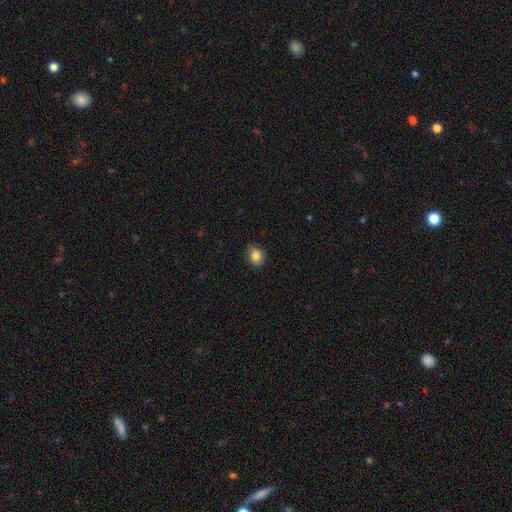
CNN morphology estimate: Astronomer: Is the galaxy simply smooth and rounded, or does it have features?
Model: smooth — 86%.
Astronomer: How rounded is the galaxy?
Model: round — 57% (runner-up: in between, 42%).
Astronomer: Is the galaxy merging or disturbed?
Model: none — 75%.